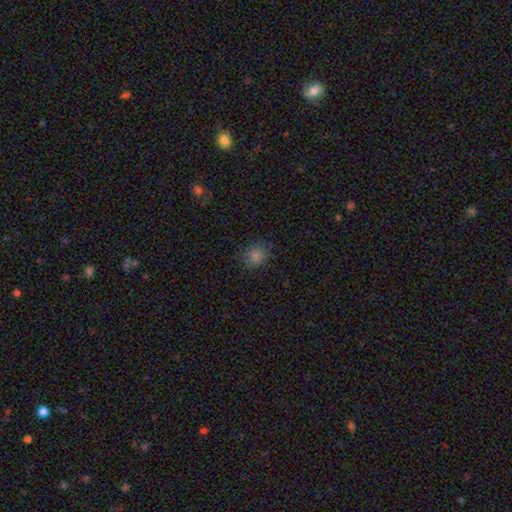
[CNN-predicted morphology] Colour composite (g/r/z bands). It shows a smooth galaxy with no disk features (77%) that is round (68%). Merging: none (82%).